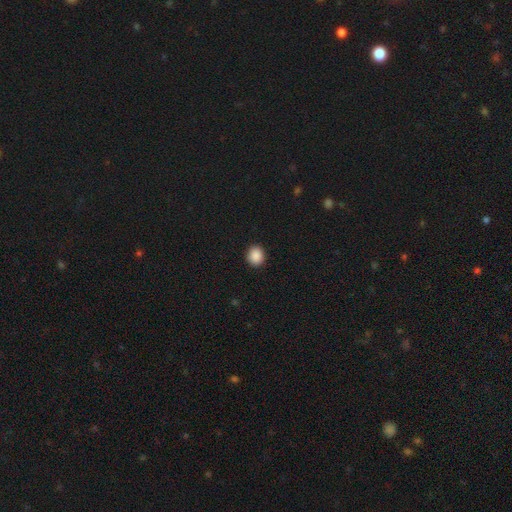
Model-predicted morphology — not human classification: Overall: smooth (89%). How rounded: round (72%). Merging: none (91%).